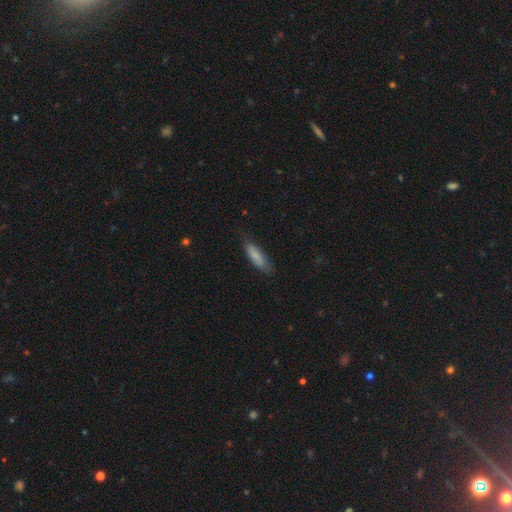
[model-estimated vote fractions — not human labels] Smooth or featured? smooth (77%)
How rounded? in between (50%)
Merging? none (72%)